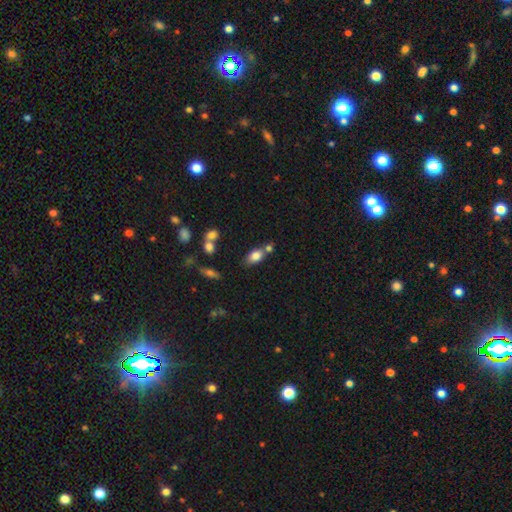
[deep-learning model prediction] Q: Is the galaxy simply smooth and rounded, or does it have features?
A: smooth — 79%.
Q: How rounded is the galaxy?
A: in between — 83%.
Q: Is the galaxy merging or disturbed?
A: none — 54%.